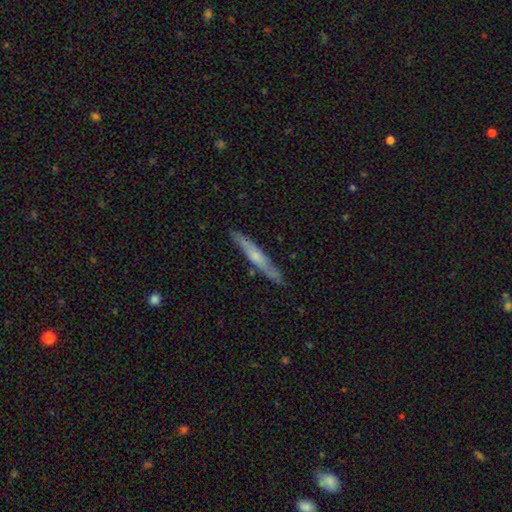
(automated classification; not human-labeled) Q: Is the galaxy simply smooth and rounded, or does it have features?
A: featured or disk — 52%.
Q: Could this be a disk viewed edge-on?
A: yes — 92%.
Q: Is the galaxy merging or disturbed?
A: none — 87%.